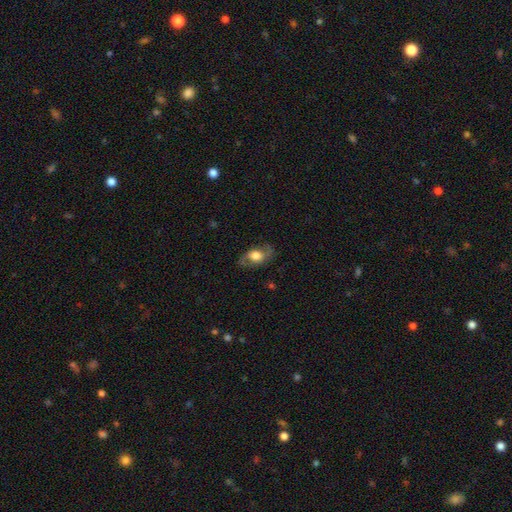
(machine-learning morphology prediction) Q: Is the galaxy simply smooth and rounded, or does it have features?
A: smooth — 46%, tied with featured or disk.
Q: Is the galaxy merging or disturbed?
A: none — 72%.